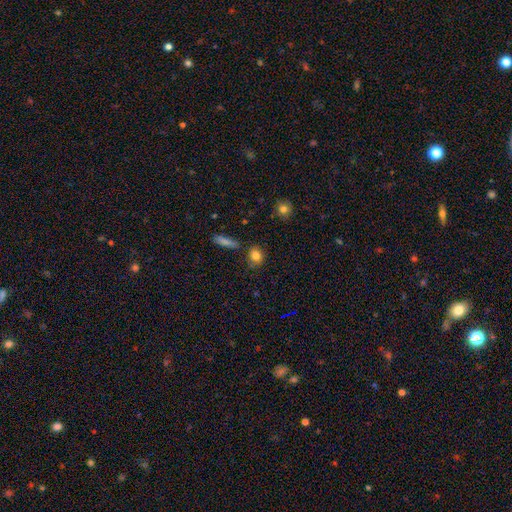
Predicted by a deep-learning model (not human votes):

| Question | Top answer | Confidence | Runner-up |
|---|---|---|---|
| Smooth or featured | smooth | 82% | star or artifact (11%) |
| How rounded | round | 64% | in between (33%) |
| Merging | none | 82% | minor disturbance (11%) |